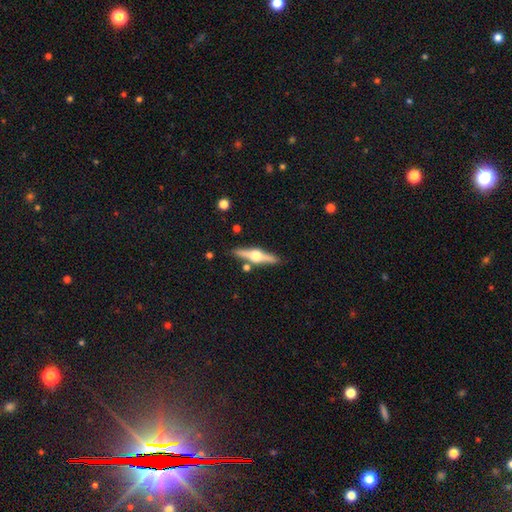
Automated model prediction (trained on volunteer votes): This appears to be a featured or disk galaxy (75%) viewed edge-on (97%) with a rounded central bulge (95%). Merging: none (85%).